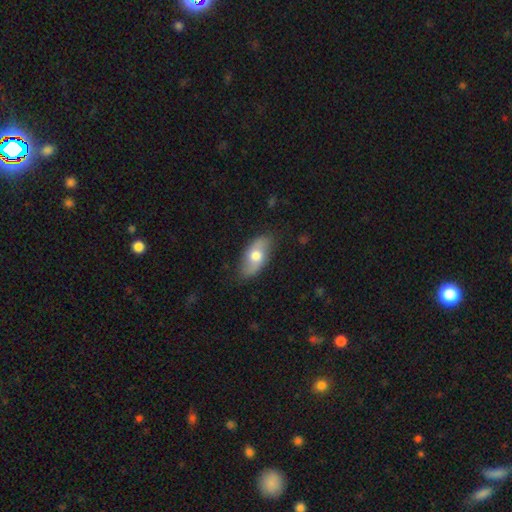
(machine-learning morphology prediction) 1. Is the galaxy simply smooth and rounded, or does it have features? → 55% smooth, 39% featured or disk, 6% star or artifact.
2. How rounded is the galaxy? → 89% in between, 6% cigar-shaped, 5% round.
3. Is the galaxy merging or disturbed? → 81% none, 15% minor disturbance, 3% major disturbance, 1% merger.